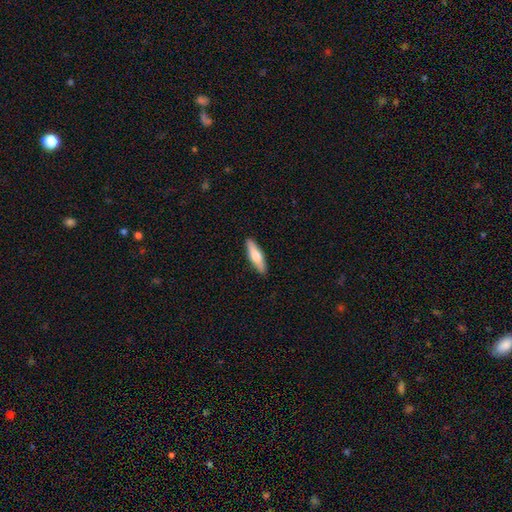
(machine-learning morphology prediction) This is possibly a smooth galaxy (57%). How rounded: likely cigar-shaped (69%). Merging: clearly none (91%).